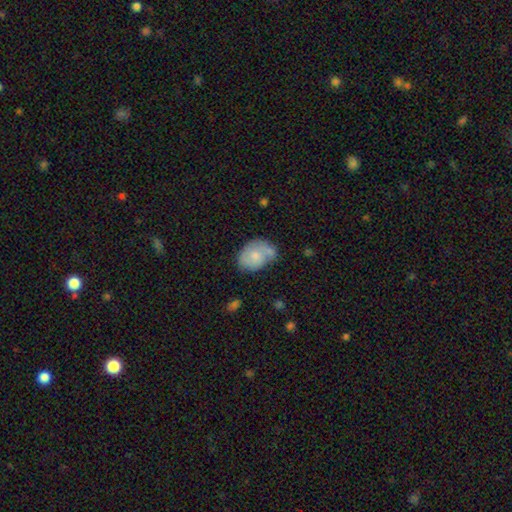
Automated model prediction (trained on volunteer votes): The model was most divided on "merging": none: 41%, minor disturbance: 30%, merger: 19%, major disturbance: 10%. More confident: how rounded — in between (72%); smooth or featured — smooth (66%).